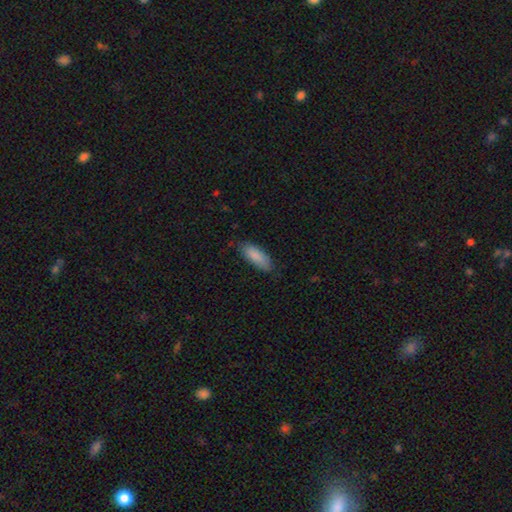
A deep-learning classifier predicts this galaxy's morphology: Smooth or featured? Predicted: smooth (p=0.88). How rounded? Predicted: in between (p=0.72). Merging? Predicted: none (p=0.77).